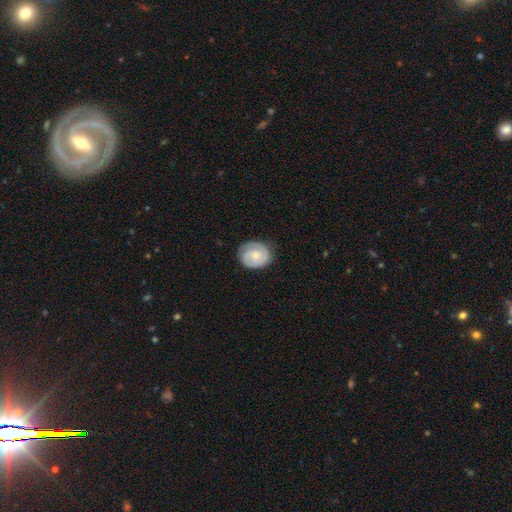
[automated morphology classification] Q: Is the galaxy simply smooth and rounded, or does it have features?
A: featured or disk — 65%.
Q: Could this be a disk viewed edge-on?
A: no — 98%.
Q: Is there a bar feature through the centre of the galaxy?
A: no — 71%.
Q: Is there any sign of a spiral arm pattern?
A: yes — 90%.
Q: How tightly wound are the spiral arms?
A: tight — 67%.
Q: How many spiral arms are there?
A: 2 — 56%.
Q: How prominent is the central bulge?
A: small — 54%.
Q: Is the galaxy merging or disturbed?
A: none — 79%.